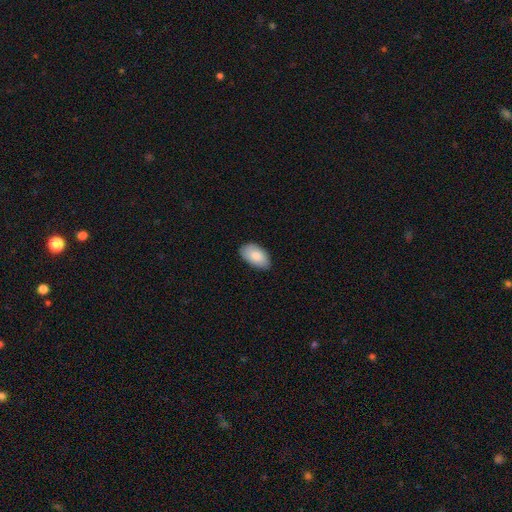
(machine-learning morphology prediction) Smooth or featured? smooth (86%)
How rounded? in between (95%)
Merging? none (82%)